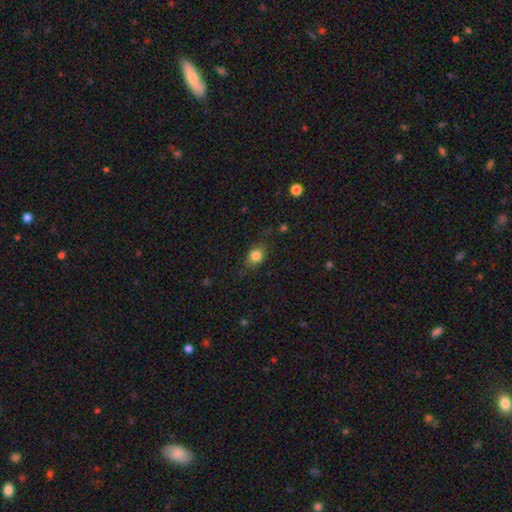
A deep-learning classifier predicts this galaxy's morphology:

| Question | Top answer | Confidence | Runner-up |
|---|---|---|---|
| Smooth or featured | smooth | 82% | star or artifact (11%) |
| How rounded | in between | 51% | round (47%) |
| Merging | none | 74% | minor disturbance (19%) |